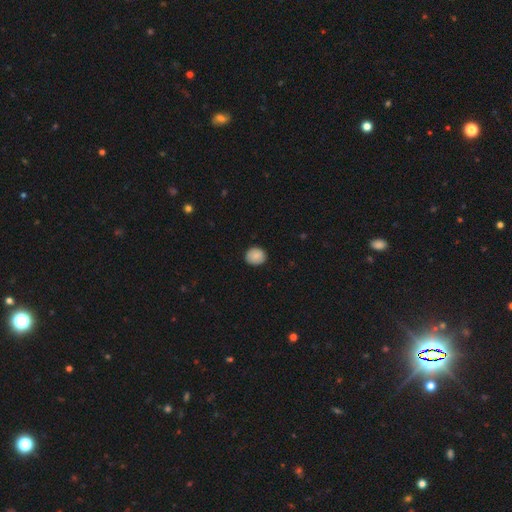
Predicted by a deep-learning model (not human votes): Smooth or featured? Predicted: smooth (p=0.86). How rounded? Predicted: round (p=0.75). Merging? Predicted: none (p=0.86).